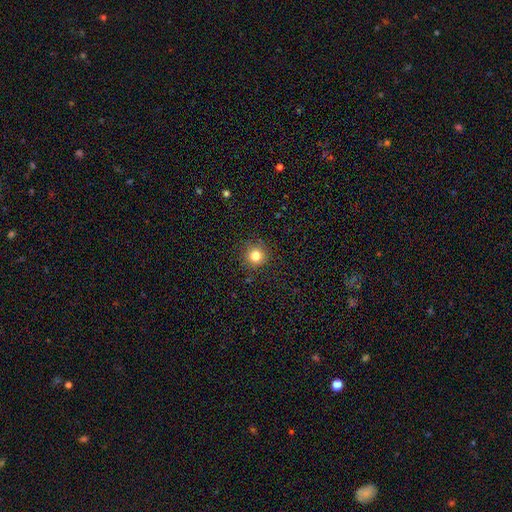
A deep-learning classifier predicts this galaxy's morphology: Overall: smooth (81%). How rounded: round (95%). Merging: none (90%).